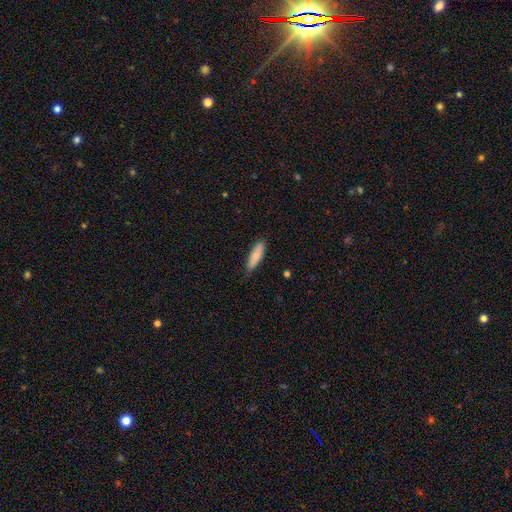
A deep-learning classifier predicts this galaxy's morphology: Smooth or featured? smooth (78%)
How rounded? cigar-shaped (59%)
Merging? none (85%)